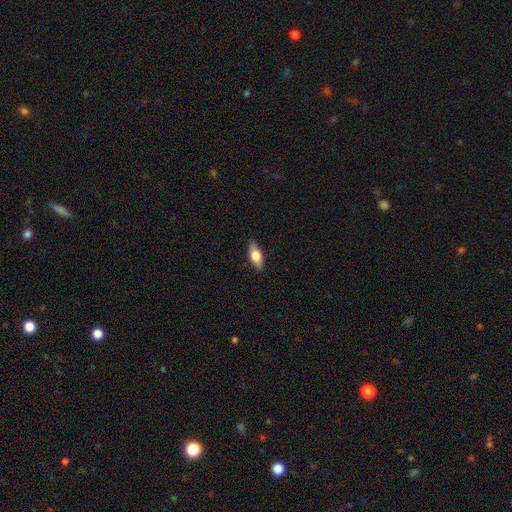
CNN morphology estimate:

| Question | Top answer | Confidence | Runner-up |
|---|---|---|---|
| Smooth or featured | smooth | 63% | featured or disk (31%) |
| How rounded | in between | 78% | cigar-shaped (18%) |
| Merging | none | 87% | minor disturbance (10%) |